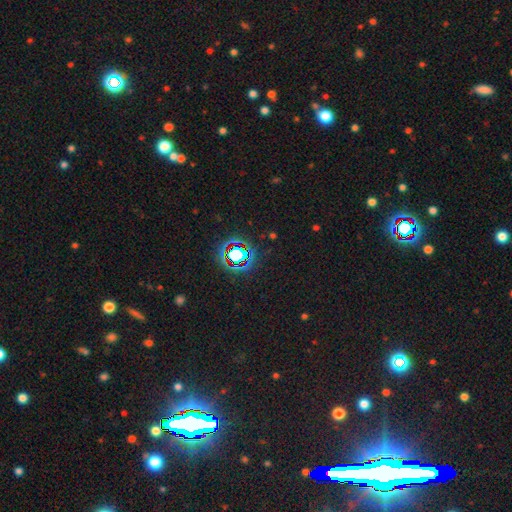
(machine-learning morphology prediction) type=star or artifact (81%).